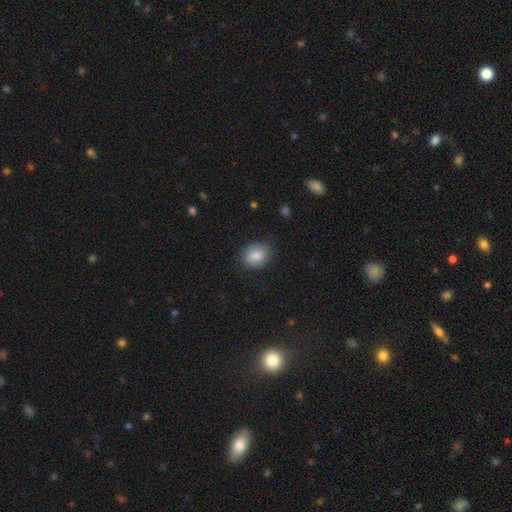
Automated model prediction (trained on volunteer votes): Morphology: type=smooth (84%); roundness=in between (61%); merging=none (76%).